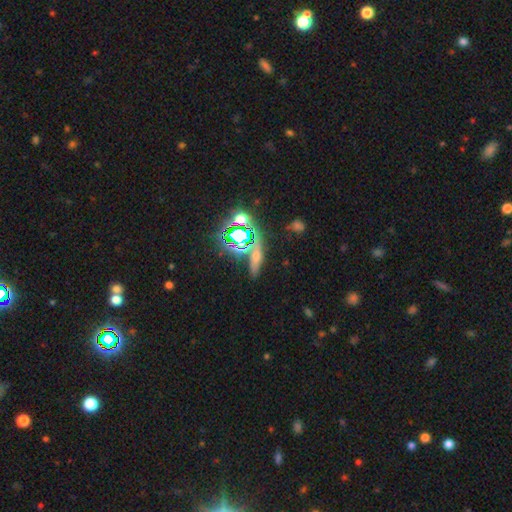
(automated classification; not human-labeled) Overall: star or artifact (45%; smooth 34%).